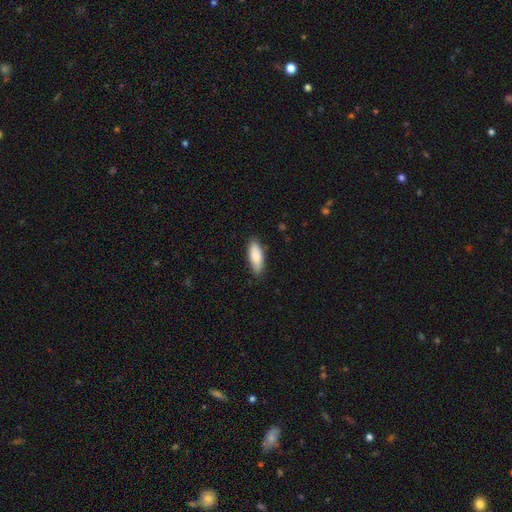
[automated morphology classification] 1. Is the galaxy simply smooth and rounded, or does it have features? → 85% smooth, 10% featured or disk, 6% star or artifact.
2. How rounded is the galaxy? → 72% in between, 26% cigar-shaped, 2% round.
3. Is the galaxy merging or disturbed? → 84% none, 13% minor disturbance, 2% major disturbance, 1% merger.